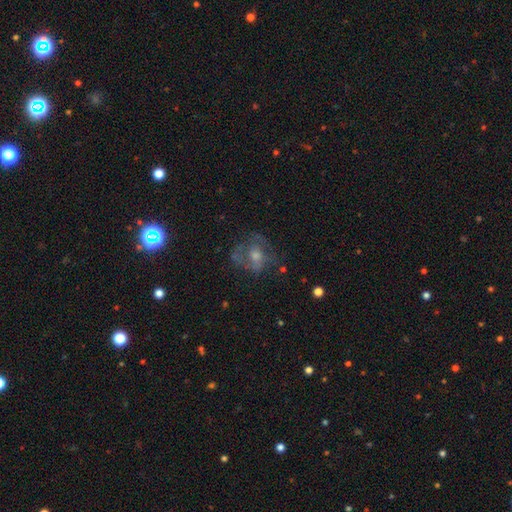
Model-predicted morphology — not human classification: A featured or disk galaxy (54%) with no bar (76%), spiral arms (54%) and a moderate central bulge (55%).

Vote fractions:
- Smooth or featured? featured or disk: 54% / smooth: 26% / star or artifact: 19%
- Edge-on disk? no: 96% / yes: 4%
- Bar? no: 76% / weak: 20% / strong: 4%
- Spiral arms? yes: 54% / no: 46%
- Bulge size? moderate: 55% / small: 27% / large: 9% / none: 7% / dominant: 2%
- Merging? none: 55% / major disturbance: 24% / minor disturbance: 19% / merger: 2%